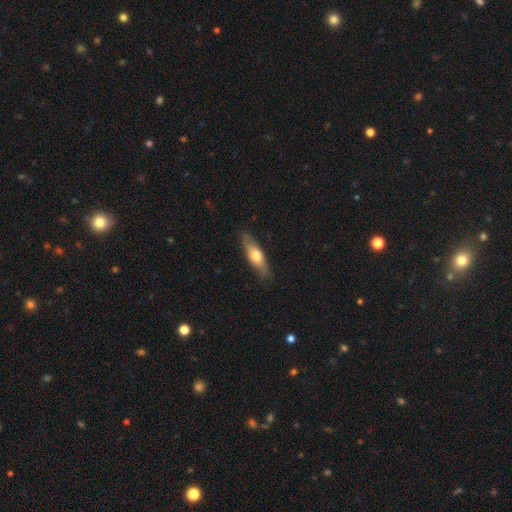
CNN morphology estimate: Smooth or featured? smooth (57%)
How rounded? cigar-shaped (53%)
Merging? none (83%)